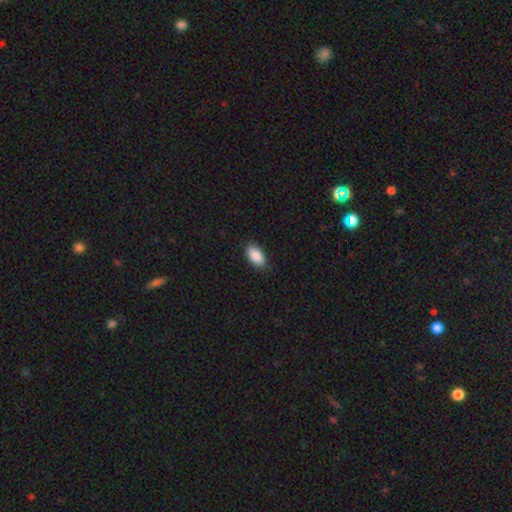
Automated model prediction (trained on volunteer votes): Smooth or featured? smooth (89%)
How rounded? in between (94%)
Merging? none (87%)